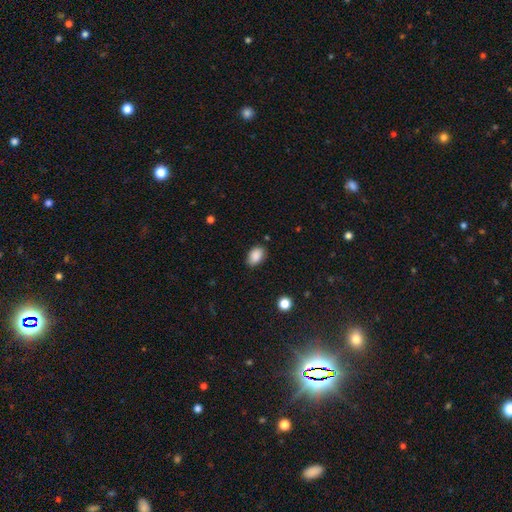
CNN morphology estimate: A smooth galaxy with no disk features (88%) that is in between round and cigar-shaped (85%).

Vote fractions:
- Smooth or featured? smooth: 88% / star or artifact: 8% / featured or disk: 4%
- How rounded? in between: 85% / round: 14% / cigar-shaped: 1%
- Merging? none: 79% / minor disturbance: 17% / major disturbance: 3% / merger: 1%